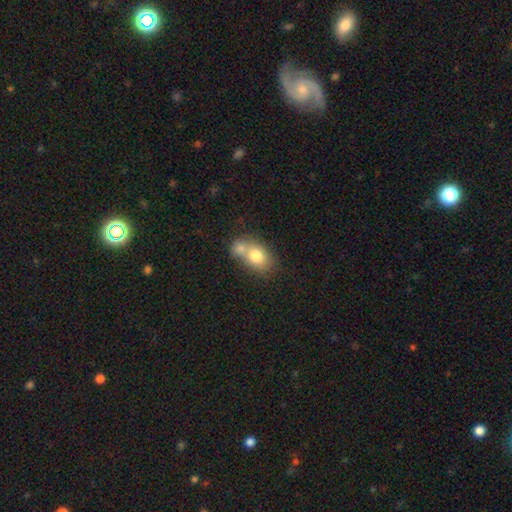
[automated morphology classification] Q: Smooth or featured?
A: smooth (75%); runner-up: featured or disk (17%)
Q: How rounded?
A: in between (64%); runner-up: round (35%)
Q: Merging?
A: merger (55%); runner-up: none (30%)